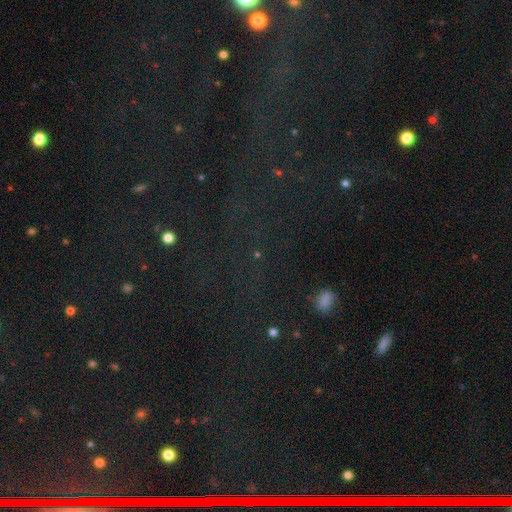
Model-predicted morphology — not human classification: smooth-or-featured: star or artifact: 73% | smooth: 18% | featured or disk: 9%